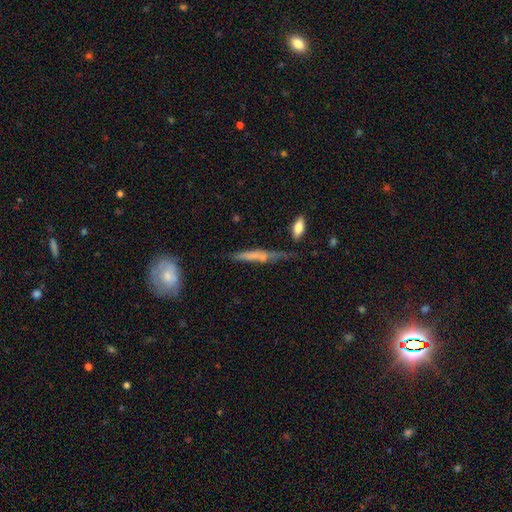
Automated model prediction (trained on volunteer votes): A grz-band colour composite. It shows a smooth galaxy with no disk features (48%). Merging: none (59%).